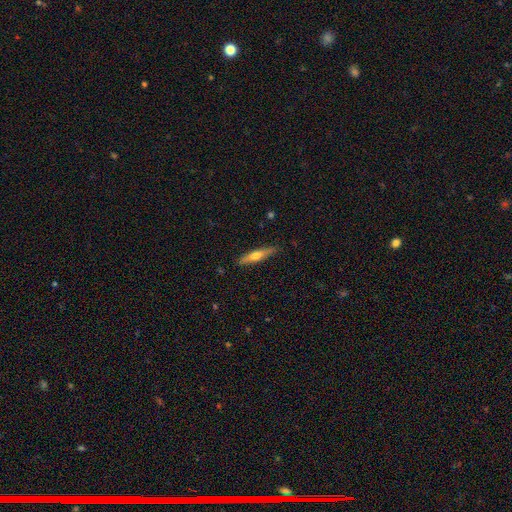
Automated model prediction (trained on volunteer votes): Overall: smooth (52%; featured or disk 42%). How rounded: cigar-shaped (85%). Merging: none (88%).